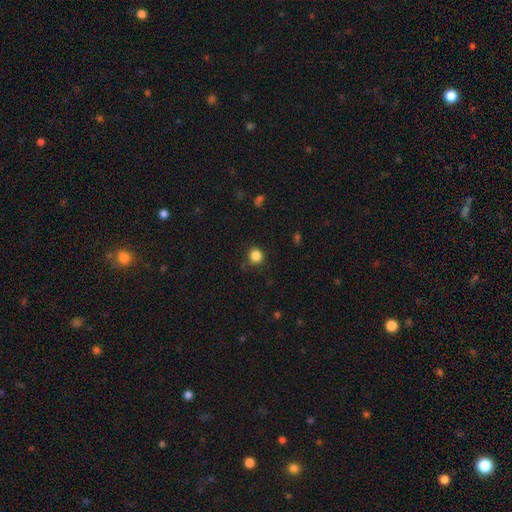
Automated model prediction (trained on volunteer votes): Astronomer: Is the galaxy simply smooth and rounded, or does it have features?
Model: smooth — 84%.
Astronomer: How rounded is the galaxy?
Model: round — 90%.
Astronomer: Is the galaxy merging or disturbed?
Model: none — 83%.